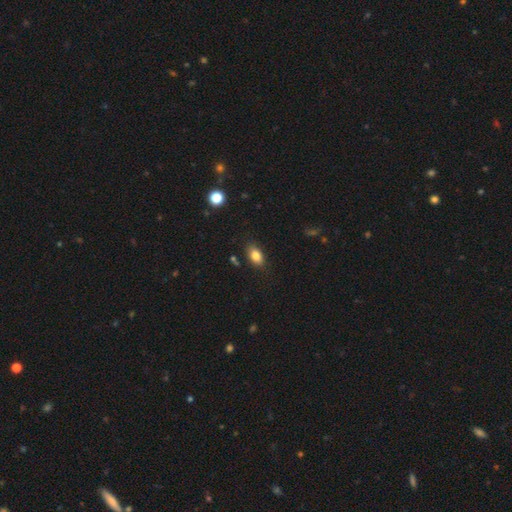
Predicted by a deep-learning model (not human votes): The model was most divided on "merging": none: 83%, minor disturbance: 12%, major disturbance: 3%, merger: 2%. More confident: how rounded — in between (88%); smooth or featured — smooth (82%).